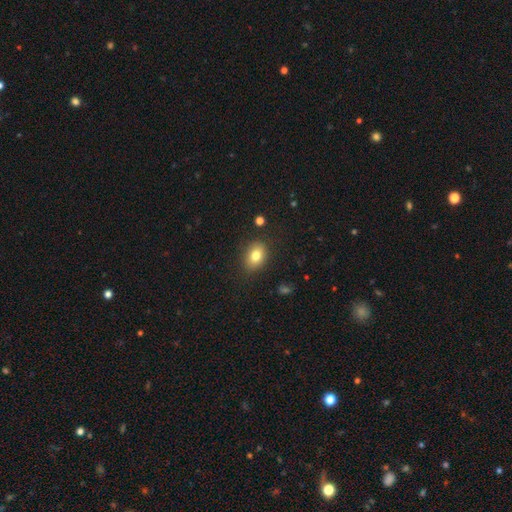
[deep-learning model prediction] smooth_or_featured: smooth (p=0.79) [alt: featured or disk p=0.11]
how_rounded: in between (p=0.74) [alt: round p=0.25]
merging: none (p=0.84) [alt: minor disturbance p=0.11]